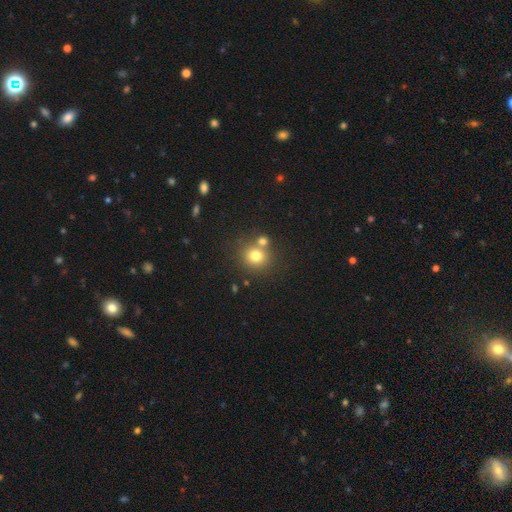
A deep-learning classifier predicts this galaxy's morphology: Smooth or featured: smooth — 75% (star or artifact — 14%)
How rounded: round — 87% (in between — 13%)
Merging: none — 64% (merger — 24%)